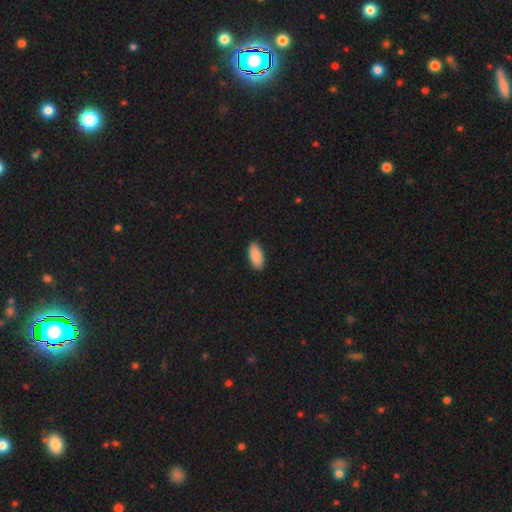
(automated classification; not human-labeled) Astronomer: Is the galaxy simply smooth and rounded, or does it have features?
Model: smooth — 90%.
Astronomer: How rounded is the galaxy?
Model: in between — 92%.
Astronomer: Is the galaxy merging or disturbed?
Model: none — 89%.